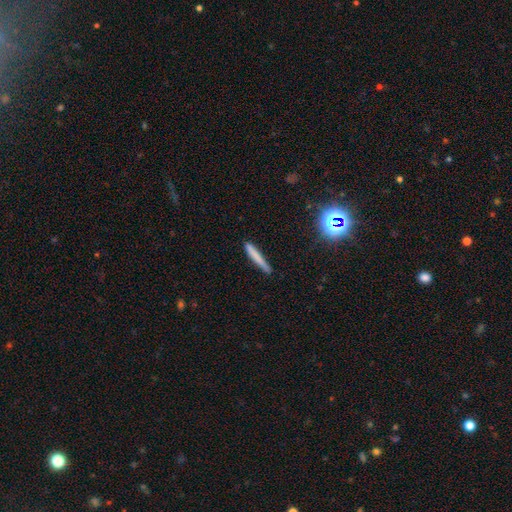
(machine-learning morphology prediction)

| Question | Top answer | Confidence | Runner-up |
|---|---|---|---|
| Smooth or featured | smooth | 74% | featured or disk (18%) |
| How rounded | cigar-shaped | 96% | in between (3%) |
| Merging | none | 85% | minor disturbance (11%) |